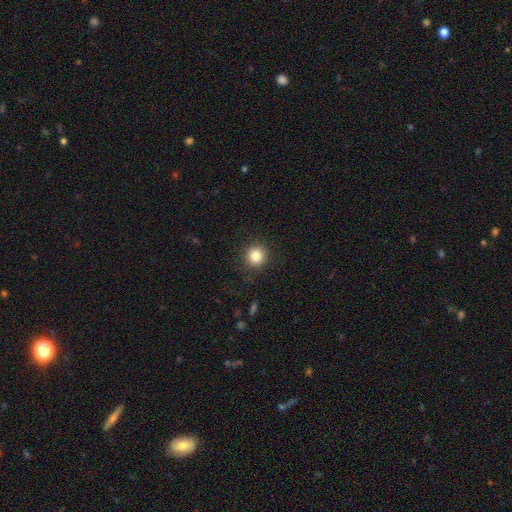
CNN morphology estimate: Q: Smooth or featured?
A: smooth (84%); runner-up: star or artifact (11%)
Q: How rounded?
A: round (92%); runner-up: in between (8%)
Q: Merging?
A: none (90%); runner-up: minor disturbance (7%)